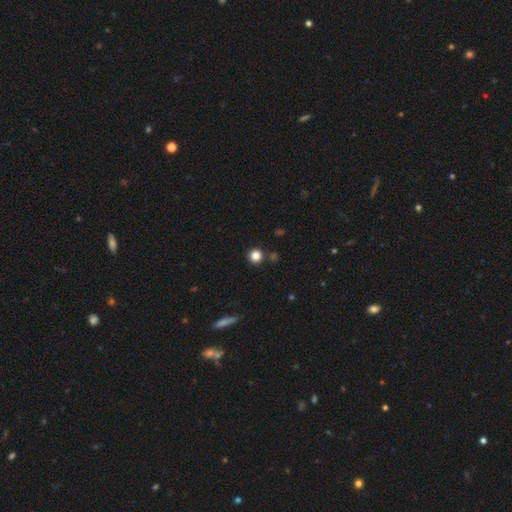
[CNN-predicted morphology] Smooth or featured?
  - smooth: 83% *
  - star or artifact: 13%
  - featured or disk: 4%
How rounded?
  - round: 94% *
  - in between: 5%
  - cigar-shaped: 1%
Merging?
  - none: 86% *
  - minor disturbance: 6%
  - merger: 6%
  - major disturbance: 2%